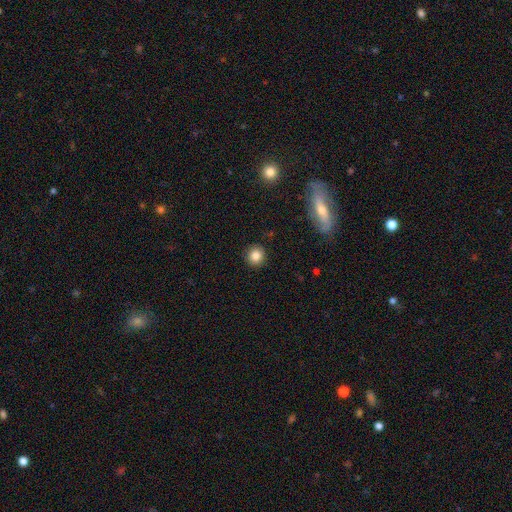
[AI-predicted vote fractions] smooth 85%, star or artifact 10%, featured or disk 6%. Down the decision tree: how rounded — round (93%); merging — none (91%).